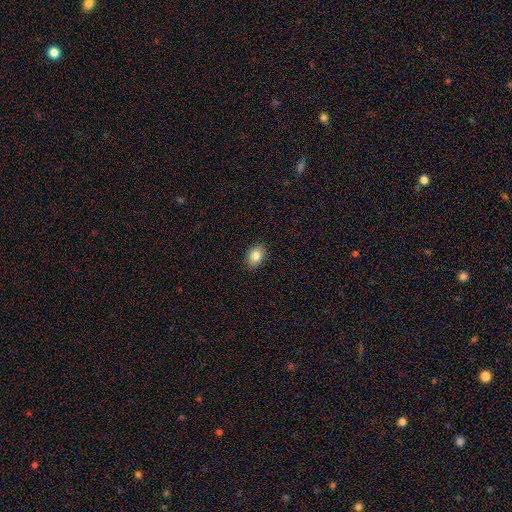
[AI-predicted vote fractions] smooth 83%, featured or disk 9%, star or artifact 8%. Down the decision tree: how rounded — in between (79%); merging — none (89%).